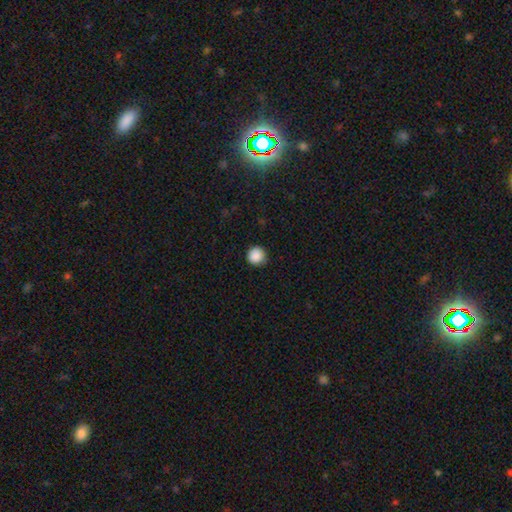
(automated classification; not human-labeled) Q: Smooth or featured?
A: smooth (88%); runner-up: star or artifact (9%)
Q: How rounded?
A: round (96%); runner-up: in between (3%)
Q: Merging?
A: none (89%); runner-up: minor disturbance (8%)